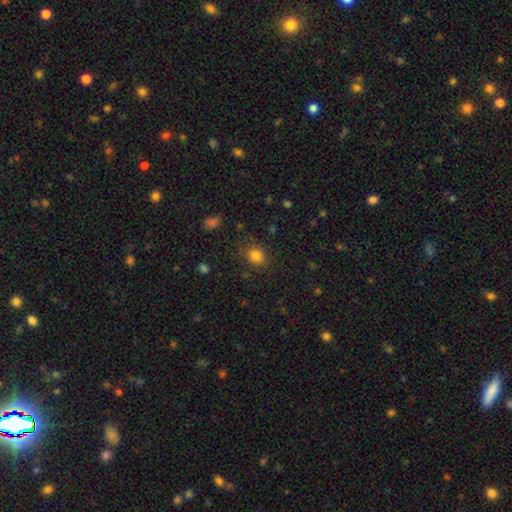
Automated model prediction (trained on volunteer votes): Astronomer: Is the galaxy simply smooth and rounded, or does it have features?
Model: smooth — 81%.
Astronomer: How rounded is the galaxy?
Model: round — 57% (runner-up: in between, 42%).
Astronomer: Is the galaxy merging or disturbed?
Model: none — 80%.